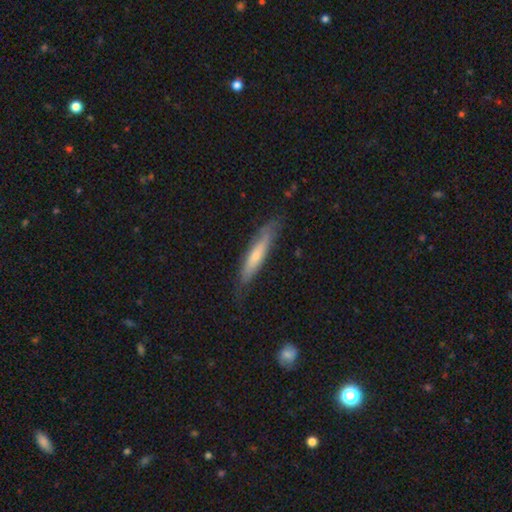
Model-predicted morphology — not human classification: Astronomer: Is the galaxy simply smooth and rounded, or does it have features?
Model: smooth — 53% (runner-up: featured or disk, 42%).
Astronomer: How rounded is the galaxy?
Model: cigar-shaped — 88%.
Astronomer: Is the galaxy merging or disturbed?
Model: none — 74%.